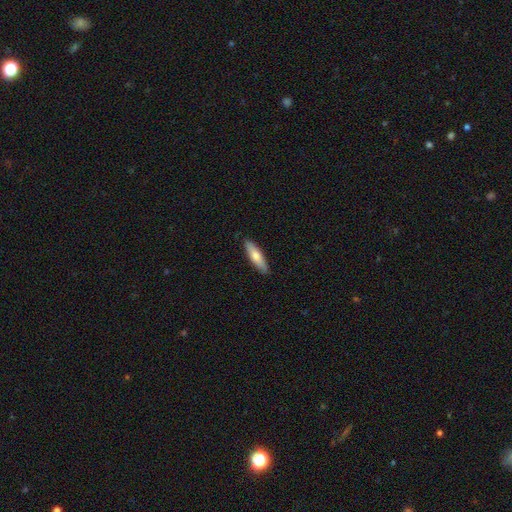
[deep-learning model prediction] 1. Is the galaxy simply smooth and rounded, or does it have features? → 68% smooth, 27% featured or disk, 5% star or artifact.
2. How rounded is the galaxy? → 65% cigar-shaped, 33% in between, 2% round.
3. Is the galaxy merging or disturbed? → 89% none, 8% minor disturbance, 2% major disturbance, 1% merger.